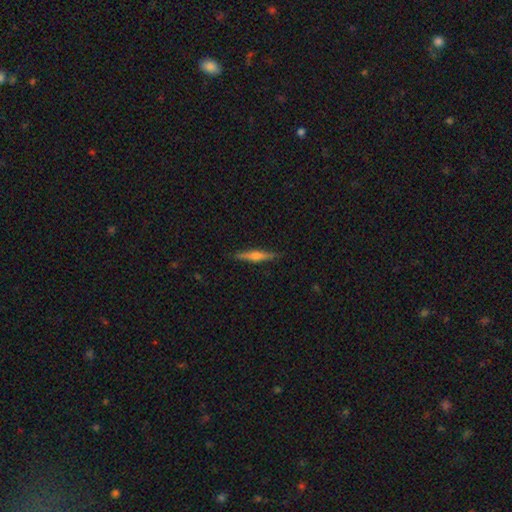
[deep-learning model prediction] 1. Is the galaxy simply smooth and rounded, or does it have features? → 60% featured or disk, 34% smooth, 6% star or artifact.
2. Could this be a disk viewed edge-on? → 97% yes, 3% no.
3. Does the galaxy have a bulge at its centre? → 84% rounded, 9% boxy, 7% none.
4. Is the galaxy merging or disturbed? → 89% none, 8% minor disturbance, 2% major disturbance, 1% merger.